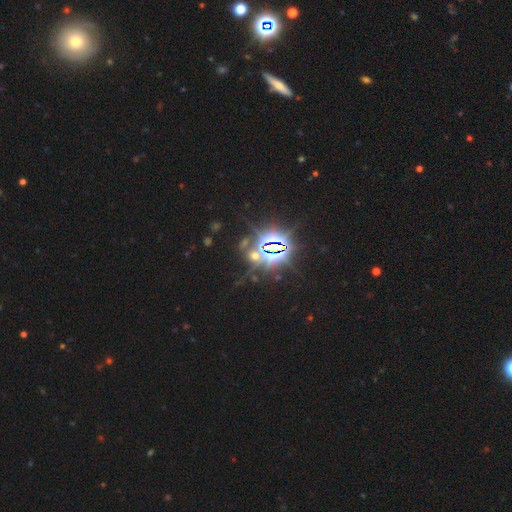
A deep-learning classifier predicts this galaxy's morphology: Q: Smooth or featured?
A: star or artifact (77%); runner-up: smooth (15%)